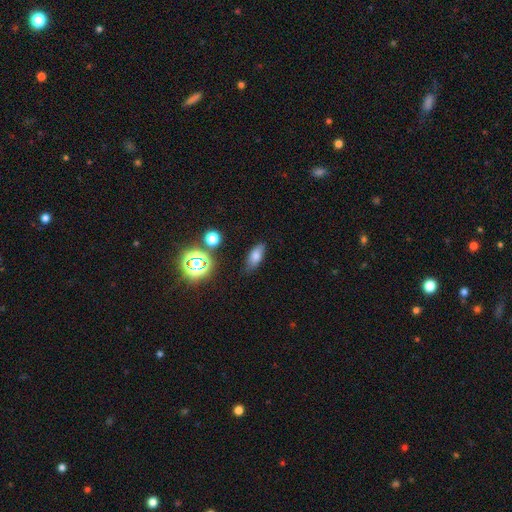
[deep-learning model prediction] smooth 71%, star or artifact 15%, featured or disk 15%. Down the decision tree: how rounded — in between (77%); merging — none (75%).